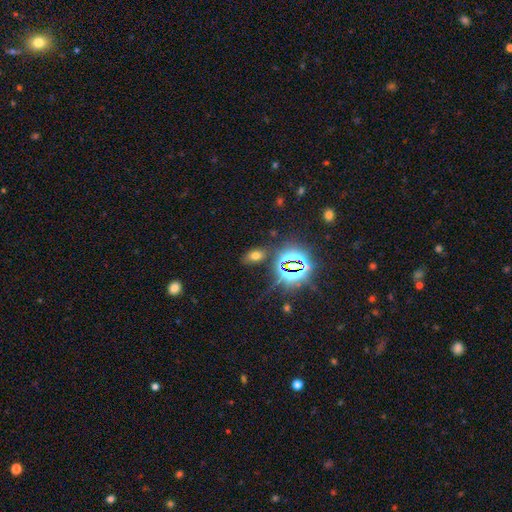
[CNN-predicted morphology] Smooth or featured?
  - smooth: 53% *
  - star or artifact: 36%
  - featured or disk: 10%
How rounded?
  - in between: 88% *
  - round: 9%
  - cigar-shaped: 3%
Merging?
  - none: 82% *
  - minor disturbance: 11%
  - major disturbance: 4%
  - merger: 4%